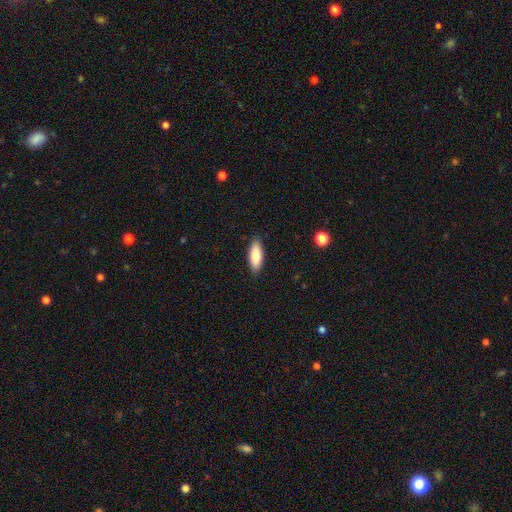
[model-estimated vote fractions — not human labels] smooth 85%, featured or disk 9%, star or artifact 6%. Down the decision tree: how rounded — in between (69%); merging — none (88%).